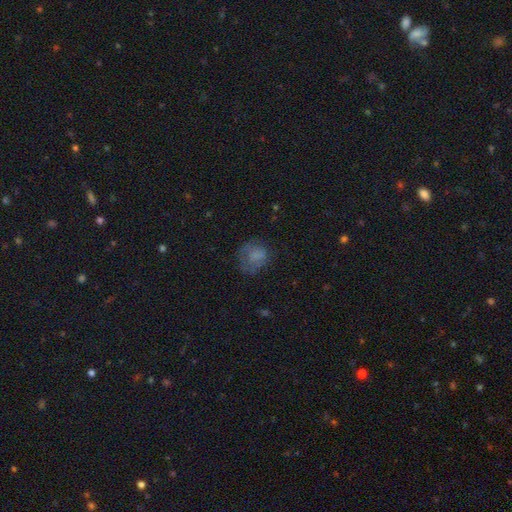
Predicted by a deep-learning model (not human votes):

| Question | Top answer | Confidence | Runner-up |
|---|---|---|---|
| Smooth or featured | smooth | 65% | featured or disk (21%) |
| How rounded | round | 67% | in between (32%) |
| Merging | none | 51% | minor disturbance (25%) |